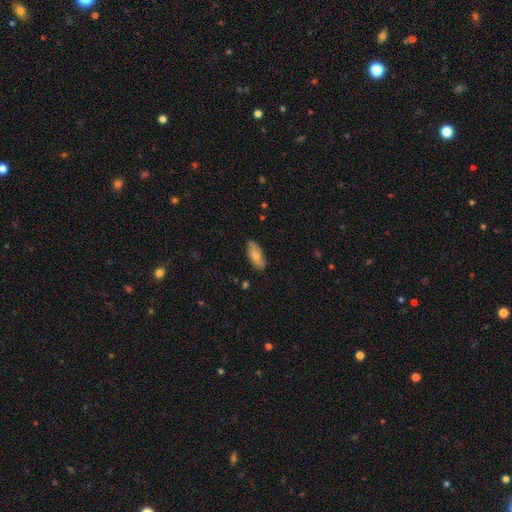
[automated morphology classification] Smooth or featured: smooth — 66% (featured or disk — 27%)
How rounded: in between — 85% (cigar-shaped — 12%)
Merging: none — 85% (minor disturbance — 12%)